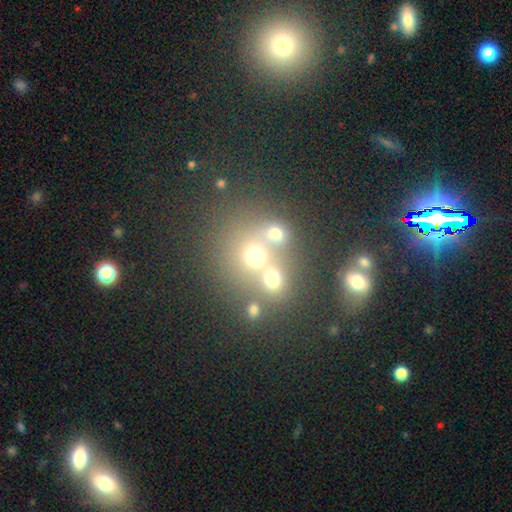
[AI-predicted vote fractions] Smooth or featured: smooth — 50% (star or artifact — 30%)
How rounded: round — 80% (in between — 19%)
Merging: none — 46% (merger — 42%)